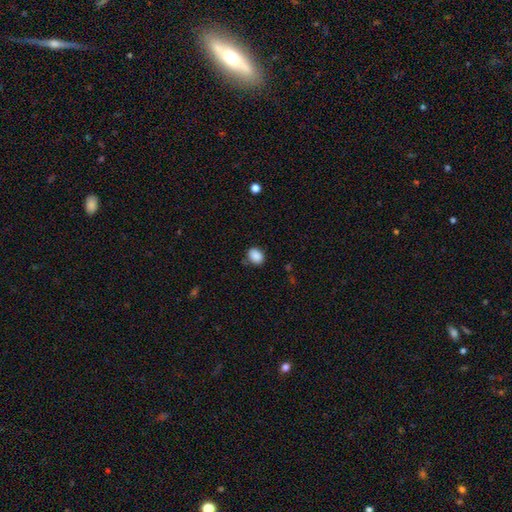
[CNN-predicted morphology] smooth 88%, star or artifact 9%, featured or disk 3%. Down the decision tree: how rounded — in between (57%); merging — none (80%).